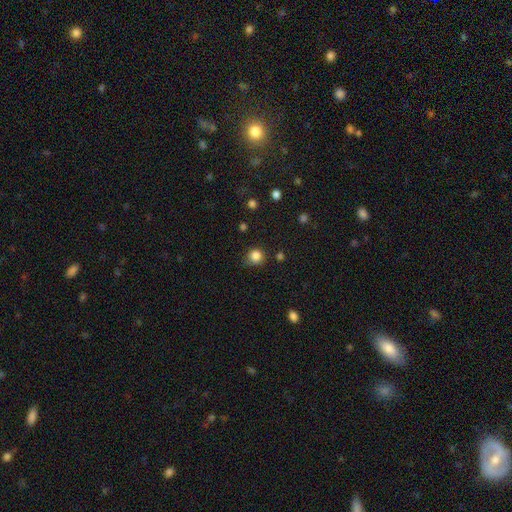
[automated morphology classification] smooth_or_featured: smooth (p=0.84) [alt: star or artifact p=0.12]
how_rounded: round (p=0.90) [alt: in between p=0.09]
merging: none (p=0.76) [alt: minor disturbance p=0.17]